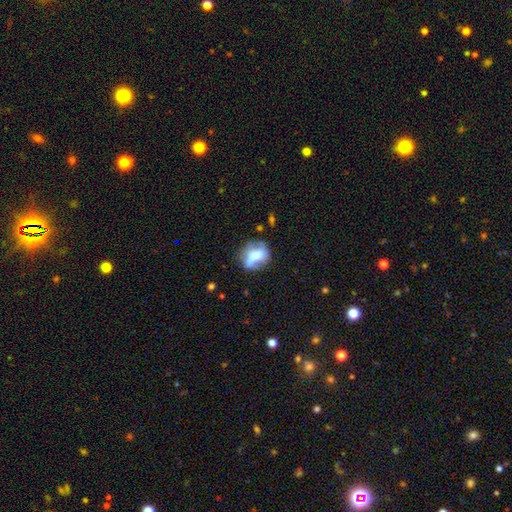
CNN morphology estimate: Smooth or featured? smooth (51%)
How rounded? round (58%)
Merging? none (54%)